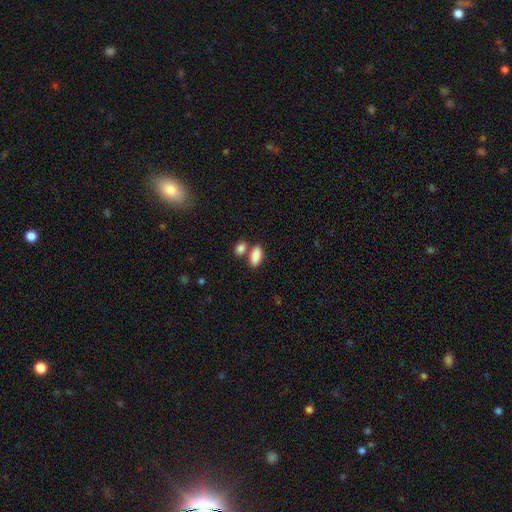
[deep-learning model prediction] Smooth or featured: smooth — 88% (star or artifact — 7%)
How rounded: in between — 91% (cigar-shaped — 5%)
Merging: none — 53% (merger — 33%)